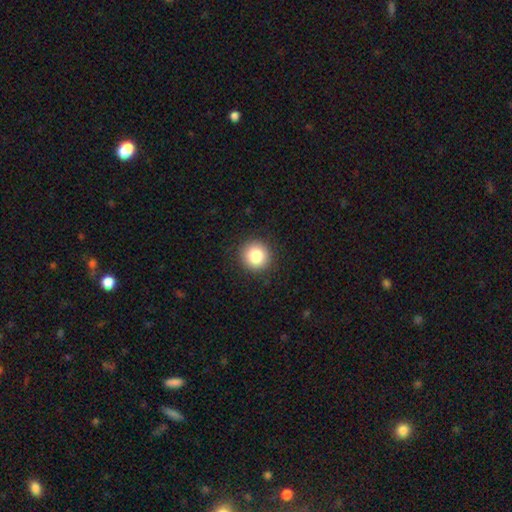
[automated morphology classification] type=smooth (84%); roundness=round (94%); merging=none (91%).